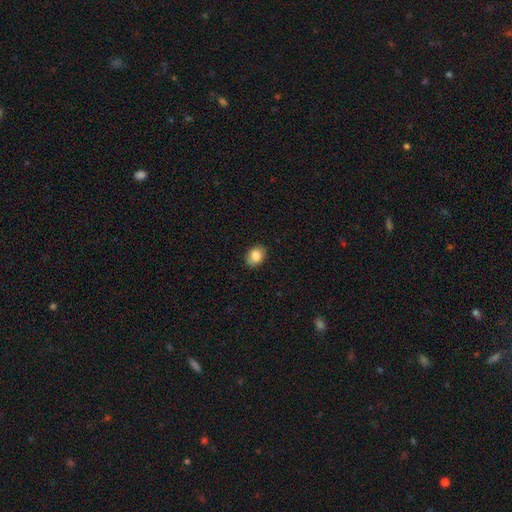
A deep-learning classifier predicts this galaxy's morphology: smooth_or_featured: smooth (p=0.85) [alt: star or artifact p=0.08]
how_rounded: in between (p=0.65) [alt: round p=0.34]
merging: none (p=0.88) [alt: minor disturbance p=0.09]